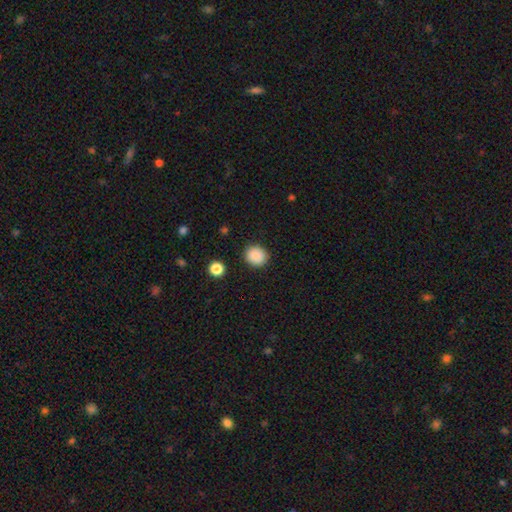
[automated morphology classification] A smooth galaxy with no disk features (88%) that is round (84%).

Vote fractions:
- Smooth or featured? smooth: 88% / star or artifact: 9% / featured or disk: 3%
- How rounded? round: 84% / in between: 15% / cigar-shaped: 1%
- Merging? none: 89% / minor disturbance: 7% / major disturbance: 2% / merger: 1%